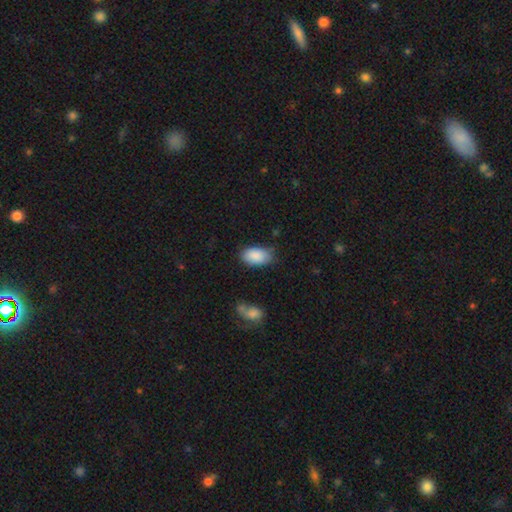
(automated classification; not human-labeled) A smooth galaxy with no disk features (88%) that is in between round and cigar-shaped (93%). Merging: none (75%).